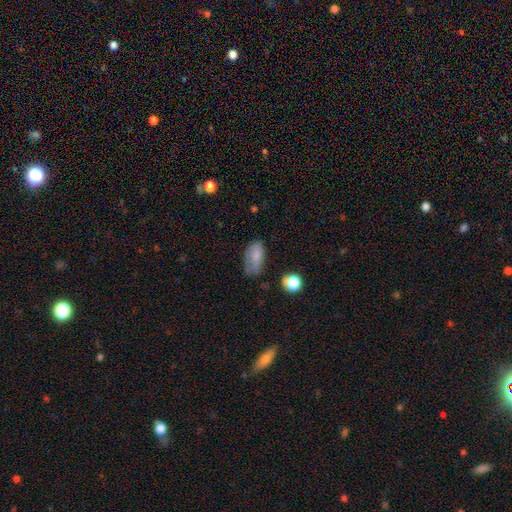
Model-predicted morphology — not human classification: Smooth or featured? Predicted: smooth (p=0.73). How rounded? Predicted: in between (p=0.91). Merging? Predicted: none (p=0.49).